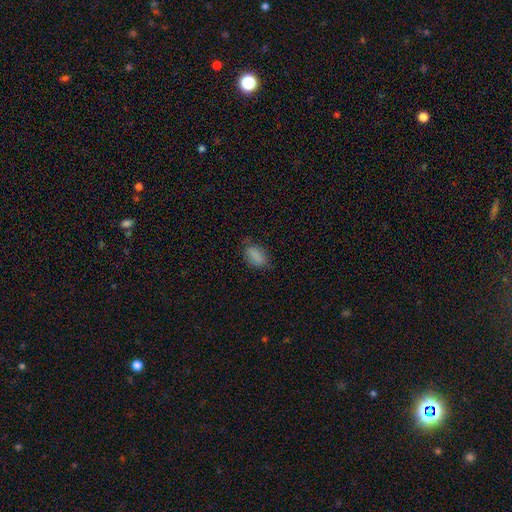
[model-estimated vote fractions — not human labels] Q: Smooth or featured?
A: smooth (85%); runner-up: star or artifact (9%)
Q: How rounded?
A: in between (89%); runner-up: round (8%)
Q: Merging?
A: none (71%); runner-up: minor disturbance (22%)